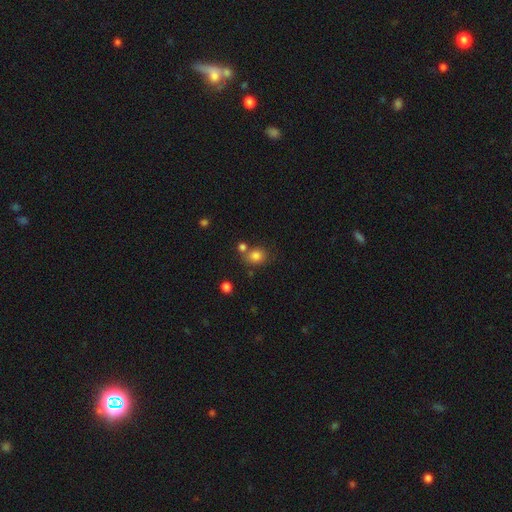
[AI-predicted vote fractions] Smooth or featured: smooth — 81% (star or artifact — 12%)
How rounded: round — 66% (in between — 33%)
Merging: none — 63% (merger — 19%)